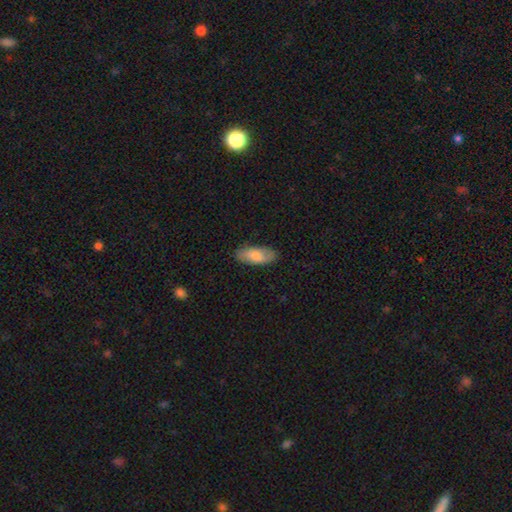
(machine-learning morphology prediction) smooth 75%, featured or disk 19%, star or artifact 6%. Down the decision tree: how rounded — in between (85%); merging — none (84%).